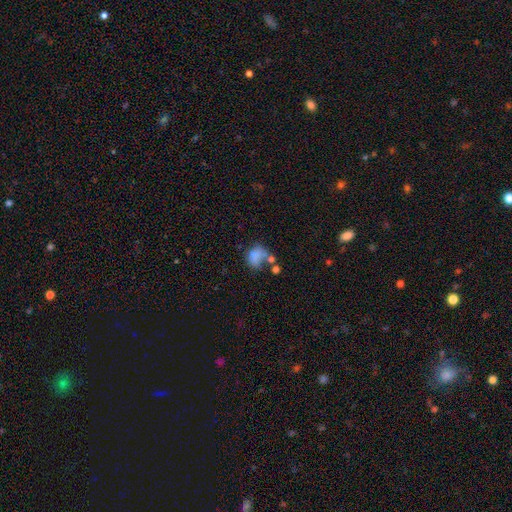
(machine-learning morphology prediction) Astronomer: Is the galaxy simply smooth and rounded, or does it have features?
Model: smooth — 67%.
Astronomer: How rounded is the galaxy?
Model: in between — 62% (runner-up: round, 37%).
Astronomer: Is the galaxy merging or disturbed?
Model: merger — 31% (runner-up: none, 26%).